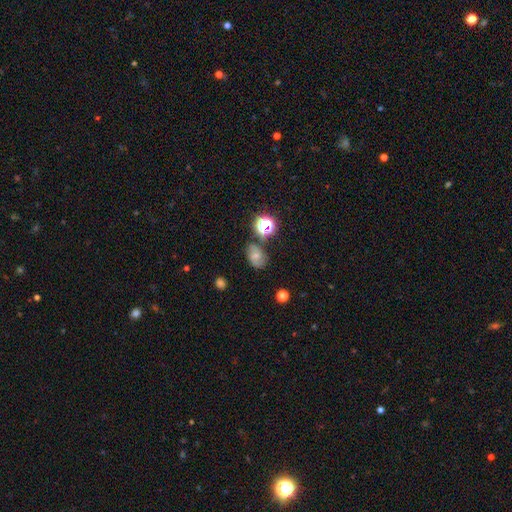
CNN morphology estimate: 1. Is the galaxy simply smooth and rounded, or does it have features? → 43% smooth, 36% featured or disk, 20% star or artifact.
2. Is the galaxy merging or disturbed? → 64% none, 21% minor disturbance, 7% major disturbance, 7% merger.